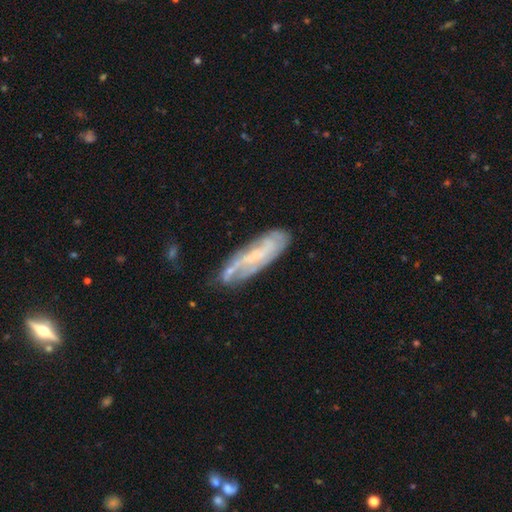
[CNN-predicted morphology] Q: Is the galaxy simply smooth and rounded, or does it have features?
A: featured or disk — 68%.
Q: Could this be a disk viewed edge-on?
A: no — 75%.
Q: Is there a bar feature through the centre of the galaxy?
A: no — 46%.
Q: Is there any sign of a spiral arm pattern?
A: yes — 79%.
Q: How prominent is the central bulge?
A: small — 58%.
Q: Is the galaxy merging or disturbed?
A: none — 67%.